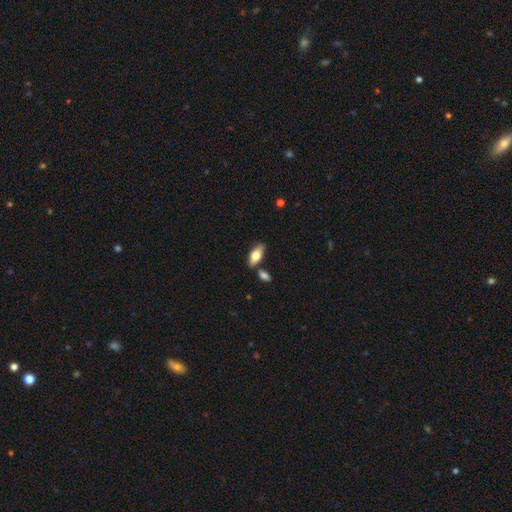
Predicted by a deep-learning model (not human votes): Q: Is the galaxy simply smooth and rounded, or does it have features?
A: smooth — 73%.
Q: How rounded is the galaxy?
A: in between — 85%.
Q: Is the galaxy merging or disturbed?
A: none — 75%.